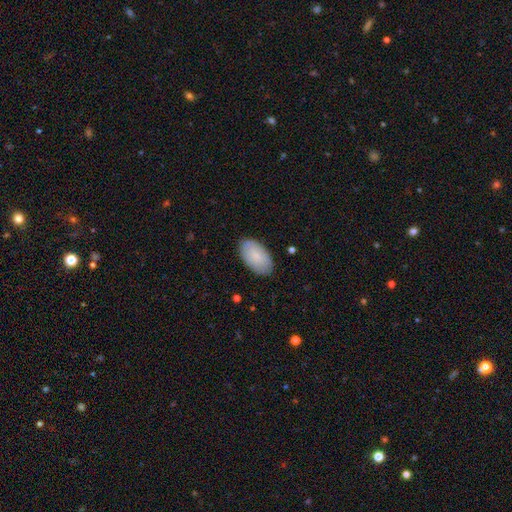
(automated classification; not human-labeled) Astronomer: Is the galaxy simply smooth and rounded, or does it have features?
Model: smooth — 76%.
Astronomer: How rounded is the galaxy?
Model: in between — 95%.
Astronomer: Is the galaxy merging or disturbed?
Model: none — 85%.